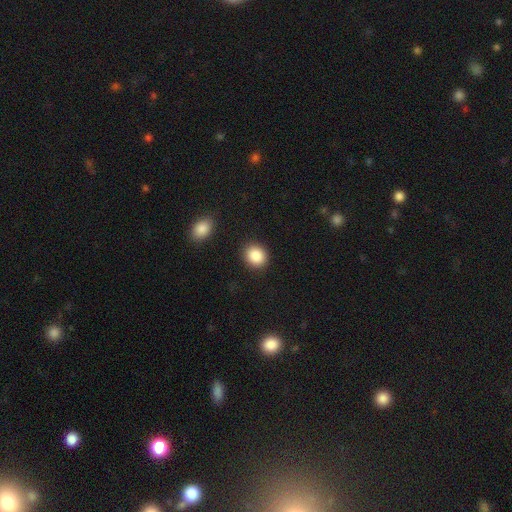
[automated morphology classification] smooth 88%, star or artifact 8%, featured or disk 4%. Down the decision tree: how rounded — round (68%); merging — none (89%).